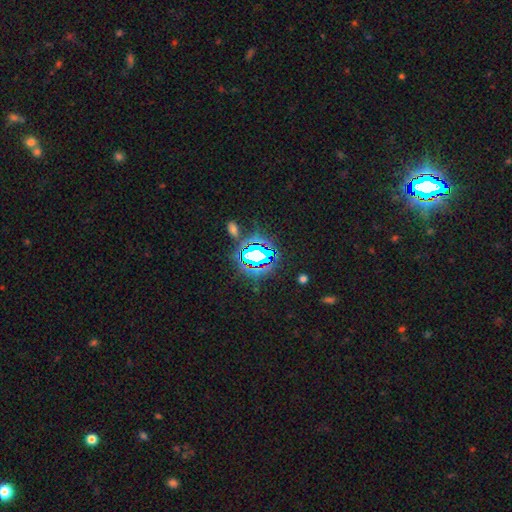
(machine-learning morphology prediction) Smooth or featured?
  - star or artifact: 68% *
  - smooth: 19%
  - featured or disk: 12%